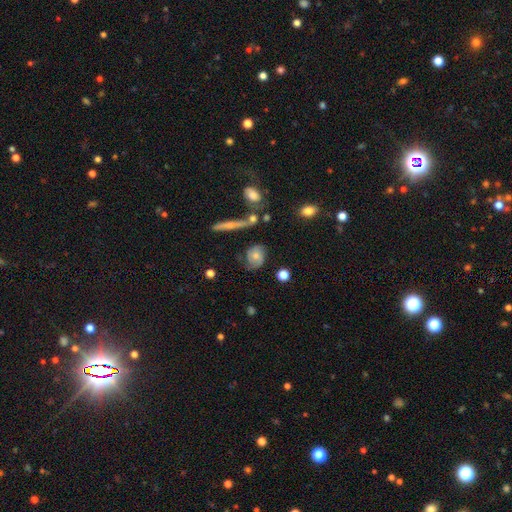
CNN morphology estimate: Smooth or featured? Predicted: smooth (p=0.47). Merging? Predicted: none (p=0.58).